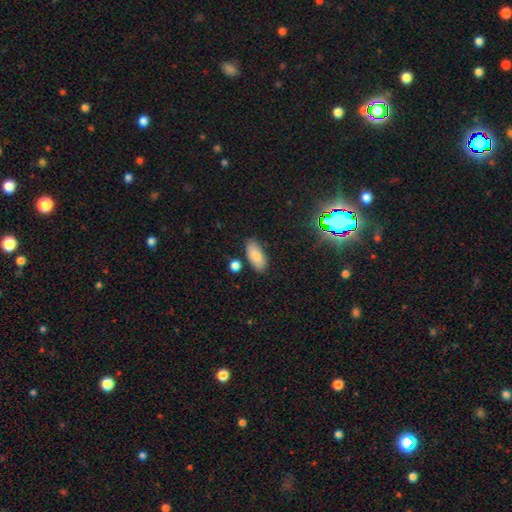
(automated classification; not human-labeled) Smooth or featured: smooth — 82% (featured or disk — 9%)
How rounded: in between — 89% (cigar-shaped — 8%)
Merging: none — 82% (minor disturbance — 12%)